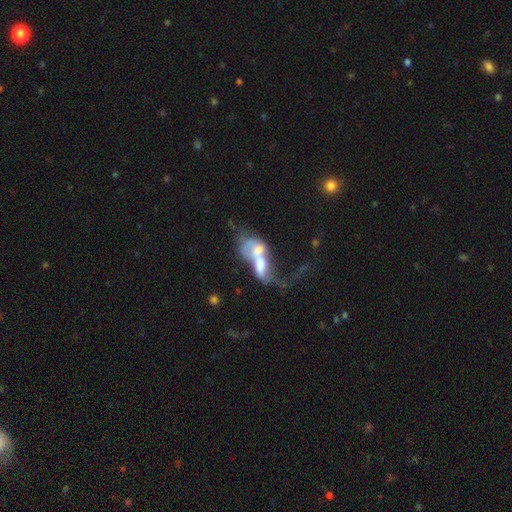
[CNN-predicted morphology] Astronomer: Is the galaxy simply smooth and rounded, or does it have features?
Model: featured or disk — 60%.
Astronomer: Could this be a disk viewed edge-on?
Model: no — 90%.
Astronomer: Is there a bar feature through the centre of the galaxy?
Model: no — 65%.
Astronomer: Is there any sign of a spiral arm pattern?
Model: no — 54% (runner-up: yes, 46%).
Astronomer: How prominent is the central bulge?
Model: moderate — 44% (runner-up: small, 21%).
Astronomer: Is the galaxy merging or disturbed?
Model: merger — 70%.